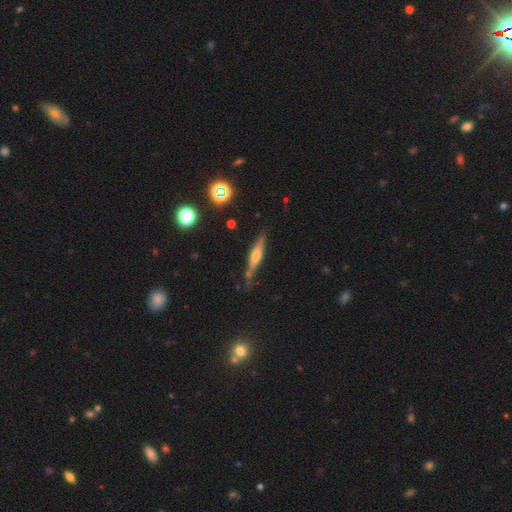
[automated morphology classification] This is possibly a featured or disk galaxy (54%). It is clearly viewed edge-on (93%). Edge-on bulge: clearly rounded (81%). Merging: likely none (73%).